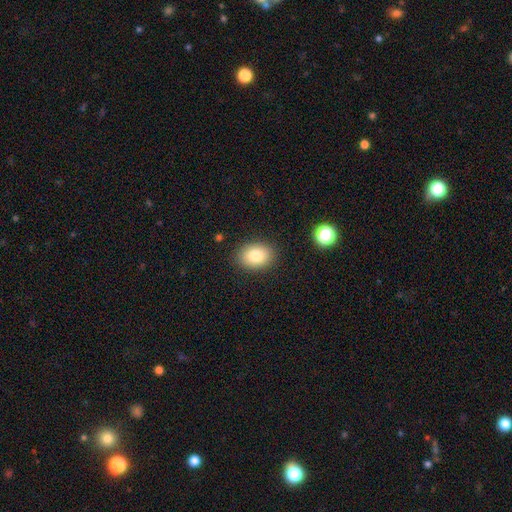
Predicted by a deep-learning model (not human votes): smooth-or-featured: smooth: 82% | featured or disk: 9% | star or artifact: 9%
  how-rounded: in between: 68% | round: 31% | cigar-shaped: 1%
  merging: none: 87% | minor disturbance: 9% | major disturbance: 2% | merger: 1%